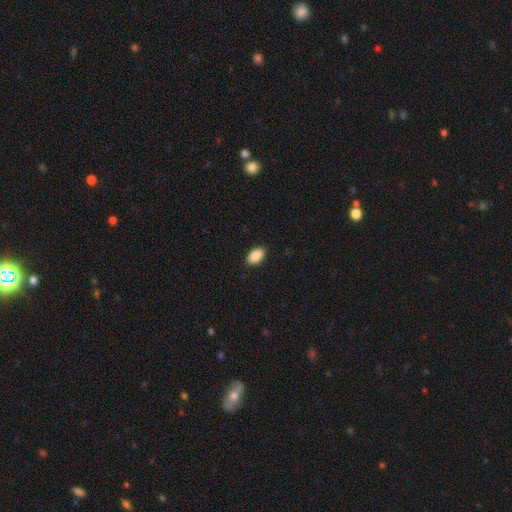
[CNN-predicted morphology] A smooth galaxy with no disk features (90%) that is in between round and cigar-shaped (92%).

Vote fractions:
- Smooth or featured? smooth: 90% / star or artifact: 7% / featured or disk: 3%
- How rounded? in between: 92% / round: 6% / cigar-shaped: 1%
- Merging? none: 90% / minor disturbance: 8% / major disturbance: 2% / merger: 1%